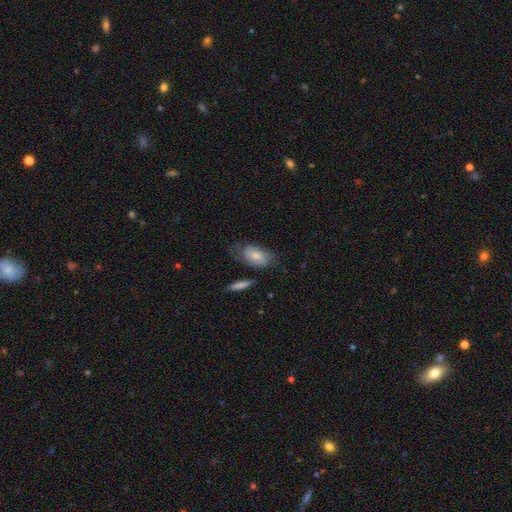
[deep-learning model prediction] A smooth galaxy with no disk features (52%) that is in between round and cigar-shaped (88%). Merging: none (53%).